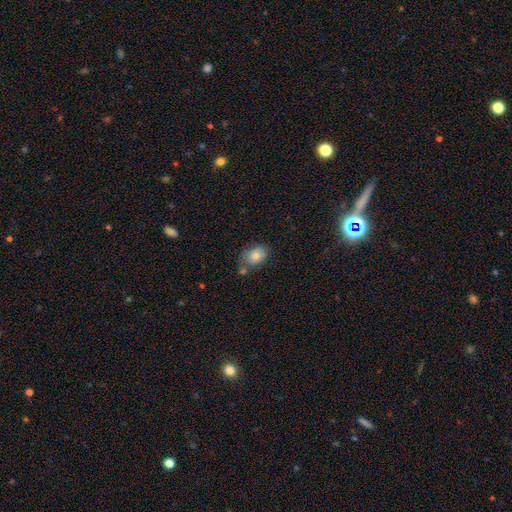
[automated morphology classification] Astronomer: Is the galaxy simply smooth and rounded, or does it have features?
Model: smooth — 81%.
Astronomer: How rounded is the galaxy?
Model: in between — 81%.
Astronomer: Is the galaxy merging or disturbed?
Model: none — 56%.